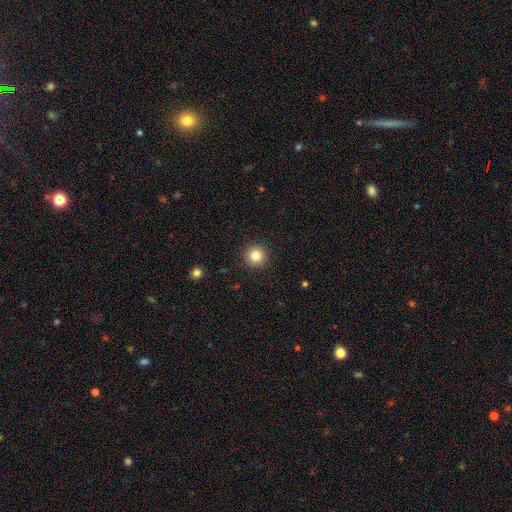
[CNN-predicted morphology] smooth_or_featured: smooth (p=0.83) [alt: star or artifact p=0.11]
how_rounded: round (p=0.95) [alt: in between p=0.04]
merging: none (p=0.92) [alt: minor disturbance p=0.05]